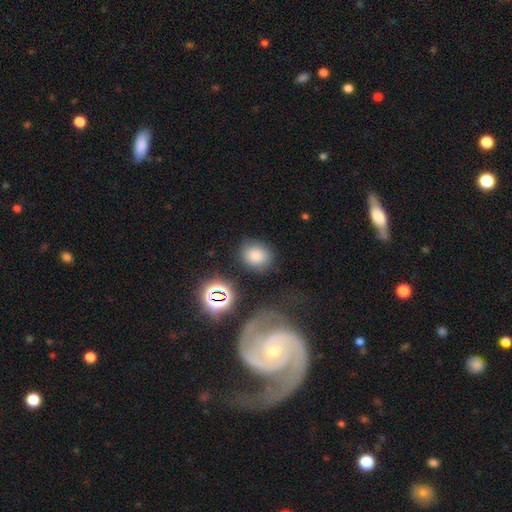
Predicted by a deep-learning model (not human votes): Smooth or featured? Predicted: smooth (p=0.78). How rounded? Predicted: round (p=0.63). Merging? Predicted: none (p=0.77).